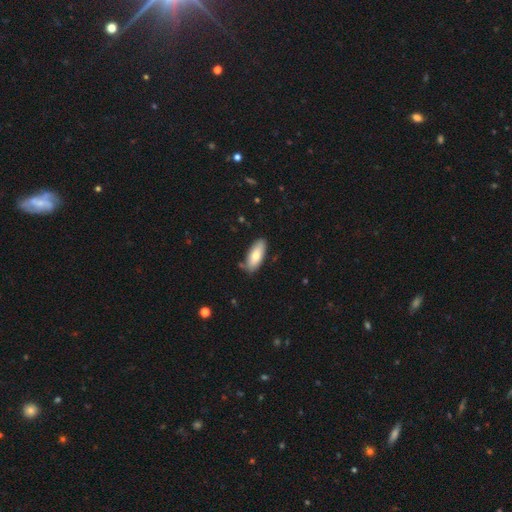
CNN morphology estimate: smooth-or-featured: smooth: 75% | featured or disk: 19% | star or artifact: 6%
  how-rounded: in between: 82% | cigar-shaped: 16% | round: 2%
  merging: none: 81% | minor disturbance: 14% | merger: 3% | major disturbance: 2%